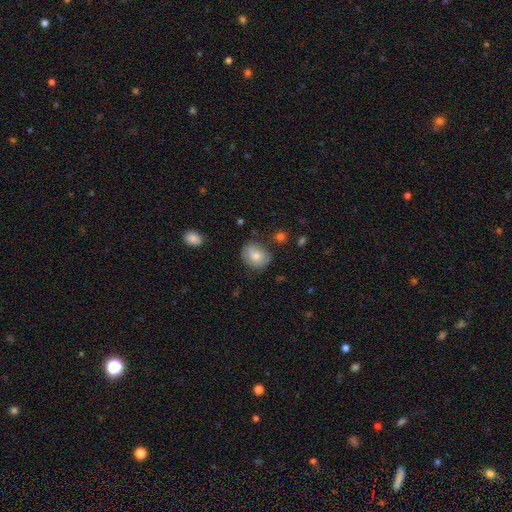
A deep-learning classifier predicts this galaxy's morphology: type=smooth (71%); roundness=round (50%); merging=none (74%).